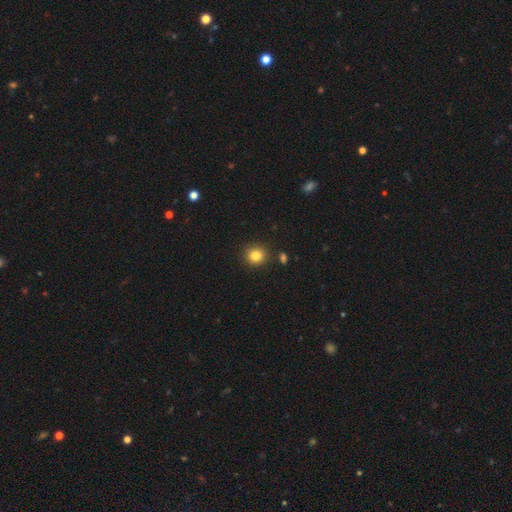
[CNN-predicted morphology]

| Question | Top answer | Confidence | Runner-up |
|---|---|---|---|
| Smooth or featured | smooth | 83% | star or artifact (11%) |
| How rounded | round | 89% | in between (10%) |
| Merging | none | 88% | minor disturbance (7%) |